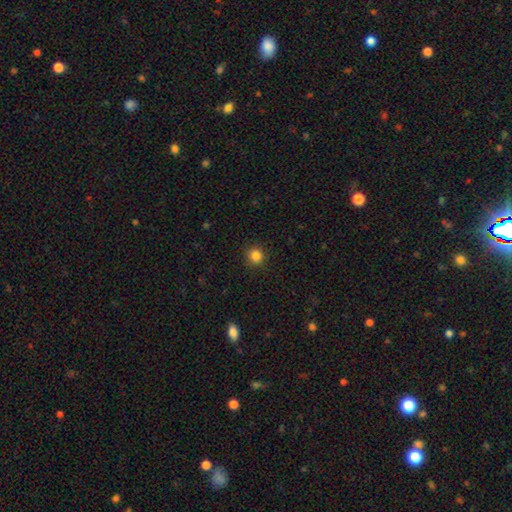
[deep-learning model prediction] smooth_or_featured: smooth (p=0.84) [alt: star or artifact p=0.12]
how_rounded: round (p=0.91) [alt: in between p=0.08]
merging: none (p=0.91) [alt: minor disturbance p=0.06]